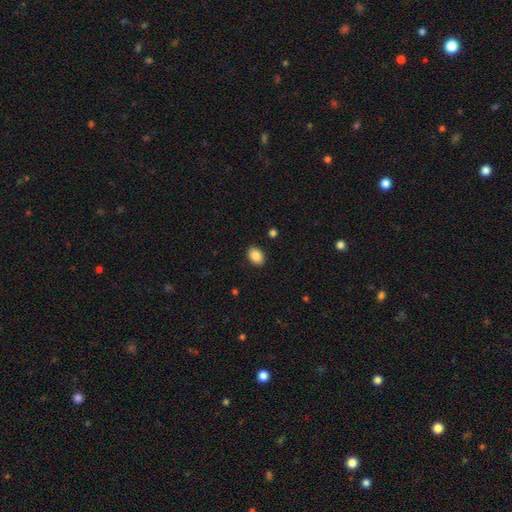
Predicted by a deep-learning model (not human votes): smooth 88%, star or artifact 8%, featured or disk 4%. Down the decision tree: how rounded — in between (81%); merging — none (89%).